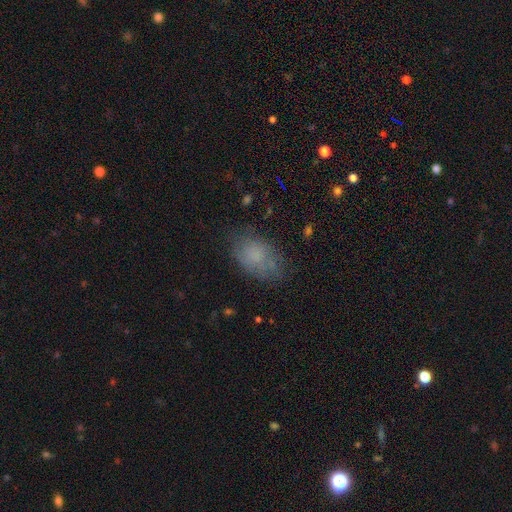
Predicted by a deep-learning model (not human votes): A smooth galaxy with no disk features (74%) that is in between round and cigar-shaped (84%). Merging: none (67%).